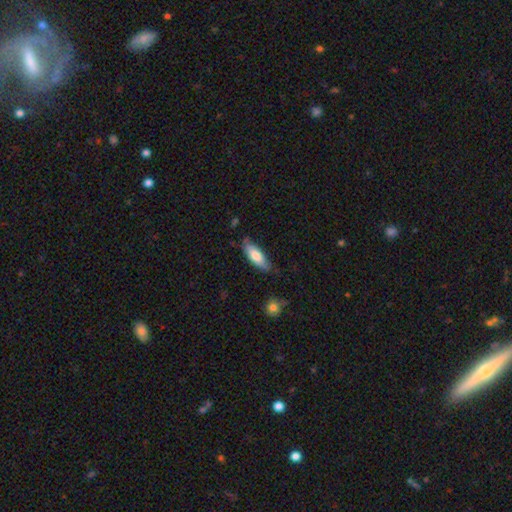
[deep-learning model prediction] This appears to be a smooth galaxy with no disk features (75%) that is in between round and cigar-shaped (67%). Merging: none (73%).